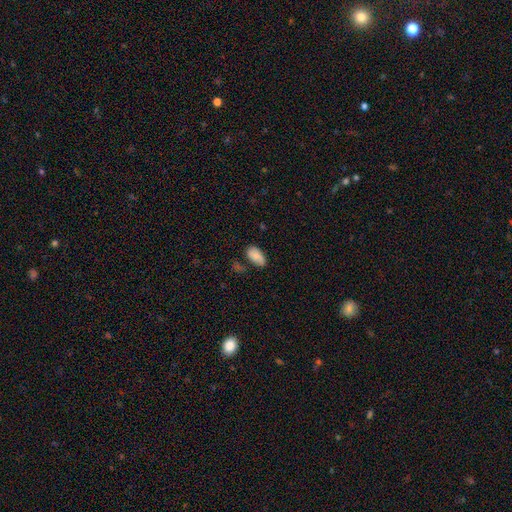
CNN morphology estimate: Q: Smooth or featured?
A: smooth (77%); runner-up: featured or disk (15%)
Q: How rounded?
A: in between (93%); runner-up: round (4%)
Q: Merging?
A: none (59%); runner-up: minor disturbance (27%)